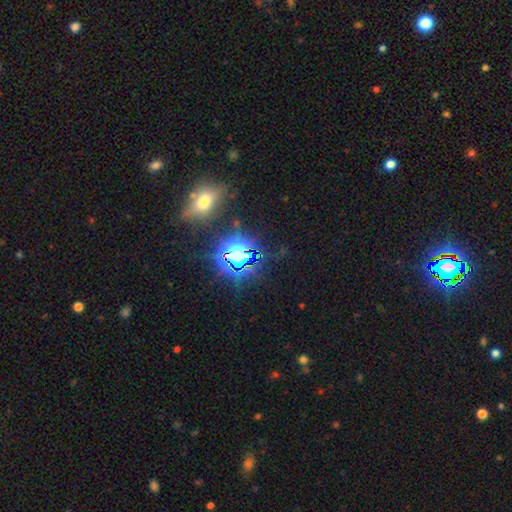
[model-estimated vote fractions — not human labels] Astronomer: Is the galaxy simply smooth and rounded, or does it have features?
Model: star or artifact — 69%.